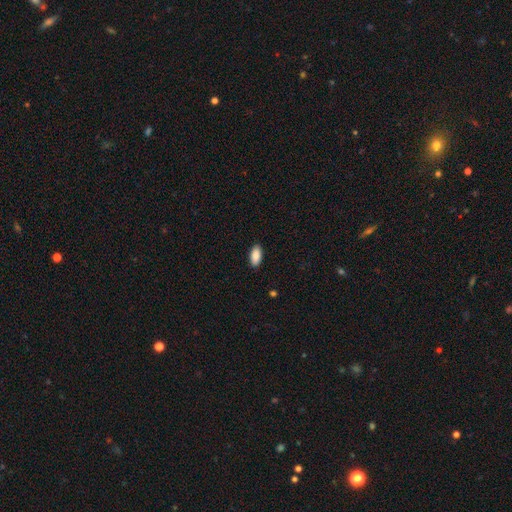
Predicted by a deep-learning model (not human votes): Smooth or featured? smooth (89%)
How rounded? in between (91%)
Merging? none (90%)